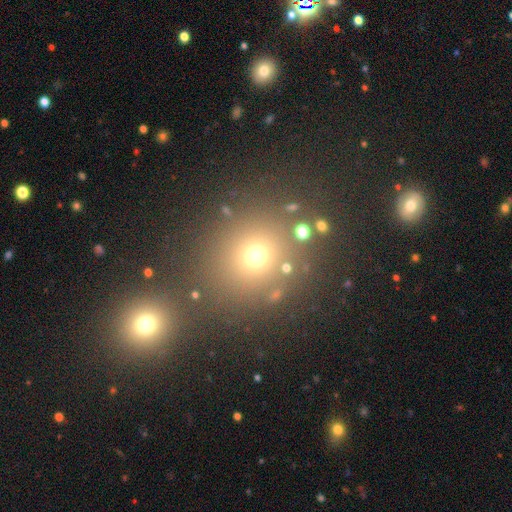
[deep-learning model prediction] Smooth or featured? smooth (65%)
How rounded? round (85%)
Merging? none (72%)